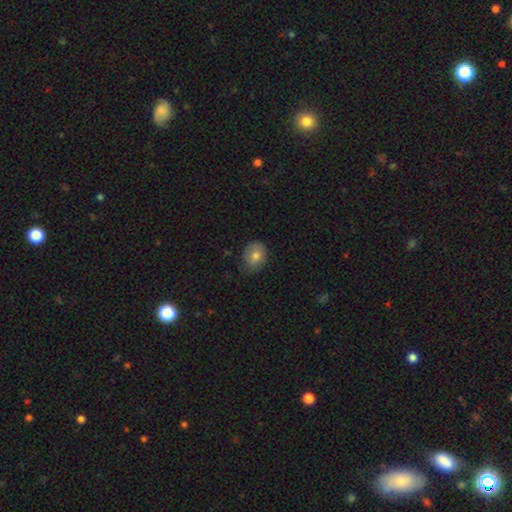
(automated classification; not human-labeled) Smooth or featured?
  - smooth: 73% *
  - featured or disk: 19%
  - star or artifact: 8%
How rounded?
  - round: 50% *
  - in between: 49%
  - cigar-shaped: 1%
Merging?
  - none: 63% *
  - minor disturbance: 29%
  - major disturbance: 7%
  - merger: 1%